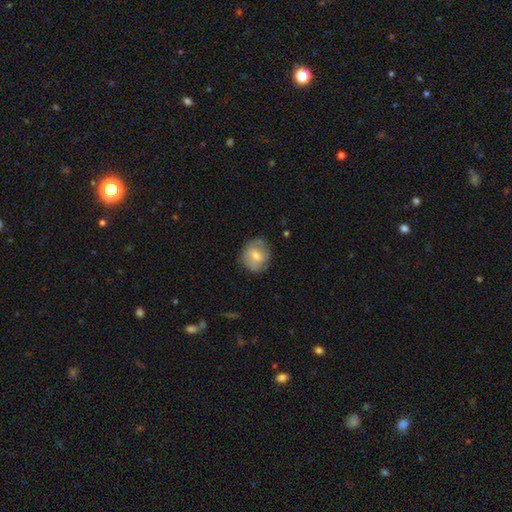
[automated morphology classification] Smooth or featured?
  - smooth: 56% *
  - featured or disk: 36%
  - star or artifact: 8%
How rounded?
  - round: 74% *
  - in between: 25%
  - cigar-shaped: 1%
Merging?
  - none: 74% *
  - minor disturbance: 19%
  - major disturbance: 6%
  - merger: 1%